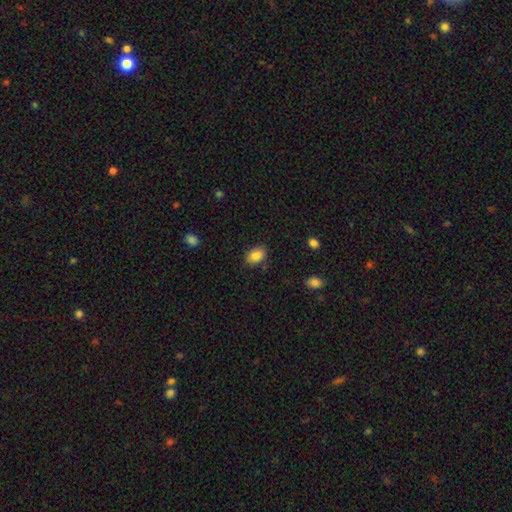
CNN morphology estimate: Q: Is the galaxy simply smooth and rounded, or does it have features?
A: smooth — 85%.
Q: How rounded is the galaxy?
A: in between — 87%.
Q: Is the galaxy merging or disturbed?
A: none — 79%.